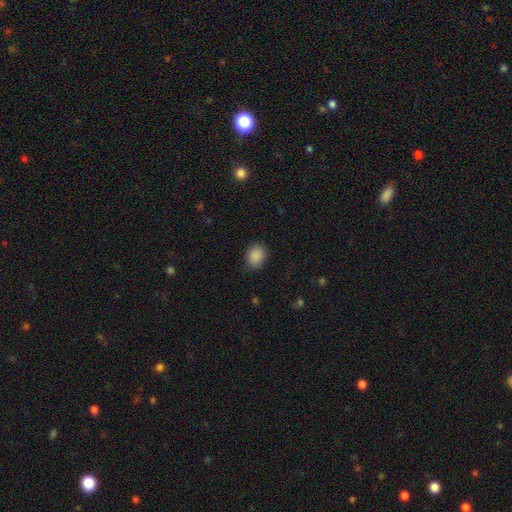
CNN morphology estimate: A smooth galaxy with no disk features (88%) that is in between round and cigar-shaped (54%).

Vote fractions:
- Smooth or featured? smooth: 88% / star or artifact: 9% / featured or disk: 4%
- How rounded? in between: 54% / round: 45% / cigar-shaped: 1%
- Merging? none: 76% / minor disturbance: 19% / major disturbance: 4% / merger: 1%